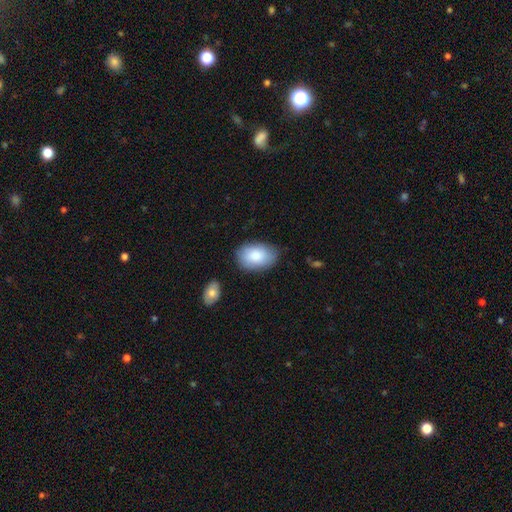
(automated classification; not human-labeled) The model was most divided on "merging": none: 78%, minor disturbance: 16%, major disturbance: 3%, merger: 3%. More confident: how rounded — in between (90%); smooth or featured — smooth (85%).